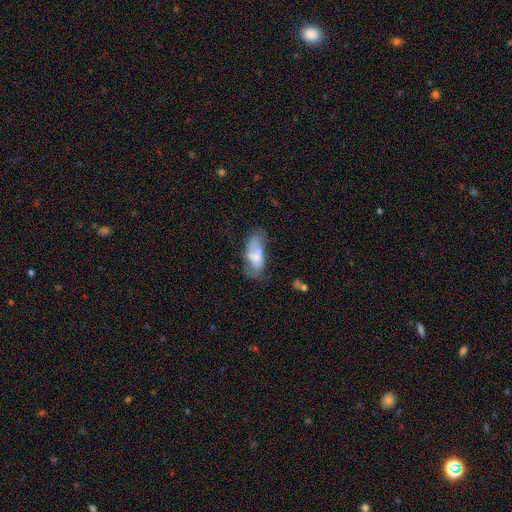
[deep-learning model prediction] smooth 55%, featured or disk 37%, star or artifact 9%. Down the decision tree: how rounded — in between (86%); merging — none (32%).